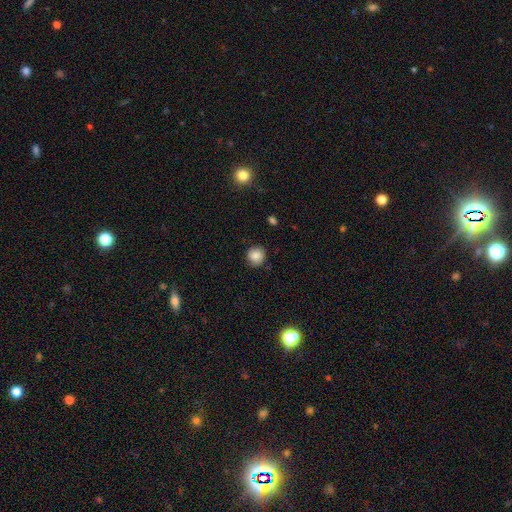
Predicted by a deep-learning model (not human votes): Overall: smooth (84%). How rounded: round (90%). Merging: none (85%).